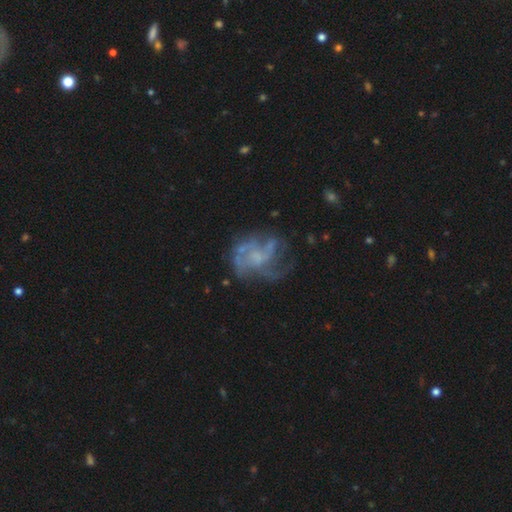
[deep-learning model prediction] Smooth or featured: featured or disk — 72% (smooth — 16%)
Edge-on disk: no — 98% (yes — 2%)
Bar: no — 75% (weak — 21%)
Spiral arms: yes — 69% (no — 31%)
Bulge size: none — 47% (small — 26%)
Merging: none — 51% (major disturbance — 27%)